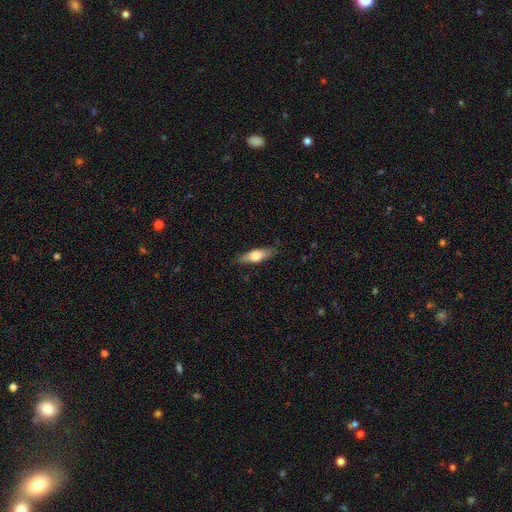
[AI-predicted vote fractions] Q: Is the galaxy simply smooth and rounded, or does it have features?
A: smooth — 58%.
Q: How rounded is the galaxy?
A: in between — 51%.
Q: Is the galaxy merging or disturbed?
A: none — 85%.